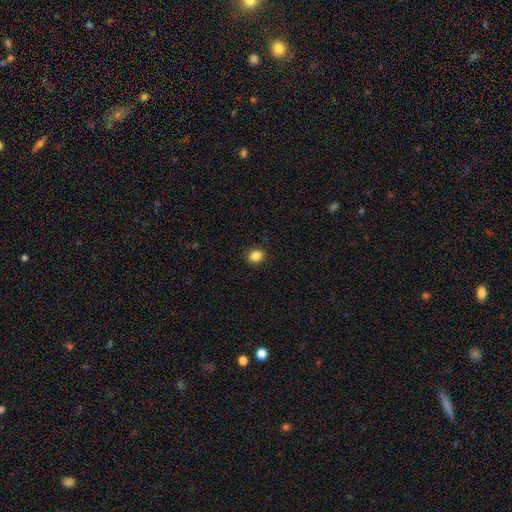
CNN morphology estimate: A smooth galaxy with no disk features (86%) that is round (51%). Merging: none (90%).